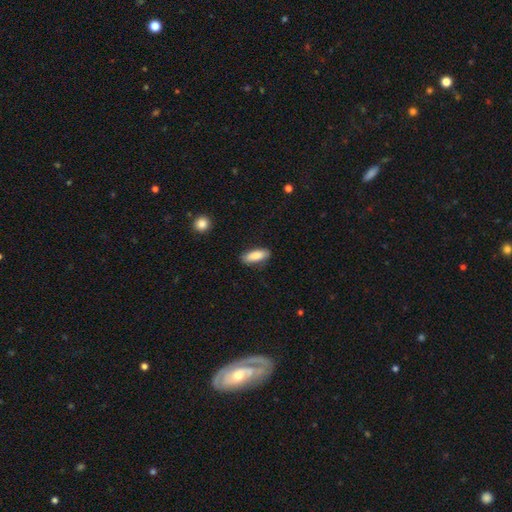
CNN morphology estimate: Q: Smooth or featured?
A: smooth (87%); runner-up: featured or disk (7%)
Q: How rounded?
A: in between (73%); runner-up: cigar-shaped (25%)
Q: Merging?
A: none (85%); runner-up: minor disturbance (12%)